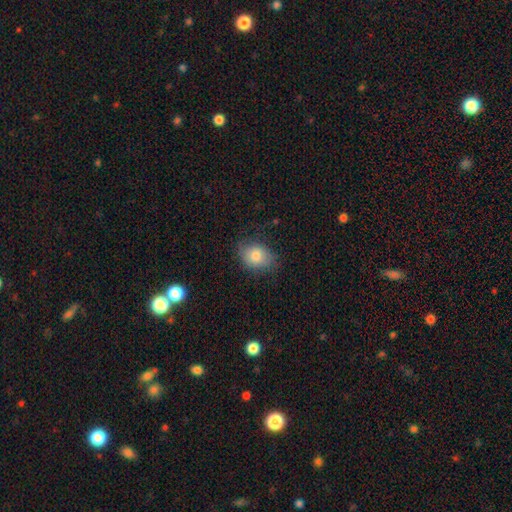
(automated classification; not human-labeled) Q: Smooth or featured?
A: smooth (79%); runner-up: featured or disk (13%)
Q: How rounded?
A: in between (65%); runner-up: round (34%)
Q: Merging?
A: none (70%); runner-up: minor disturbance (22%)